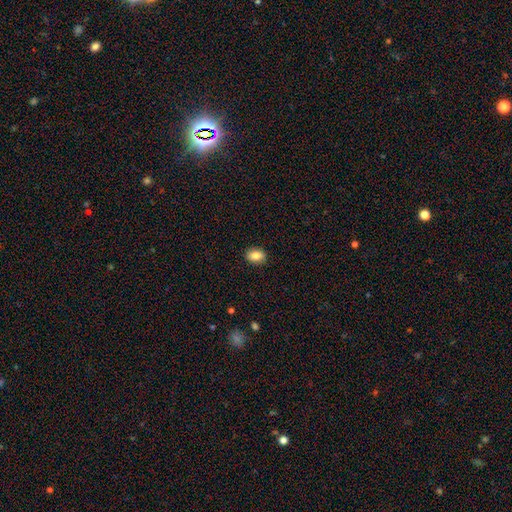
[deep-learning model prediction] Smooth or featured: smooth — 84% (star or artifact — 8%)
How rounded: in between — 76% (round — 22%)
Merging: none — 89% (minor disturbance — 8%)